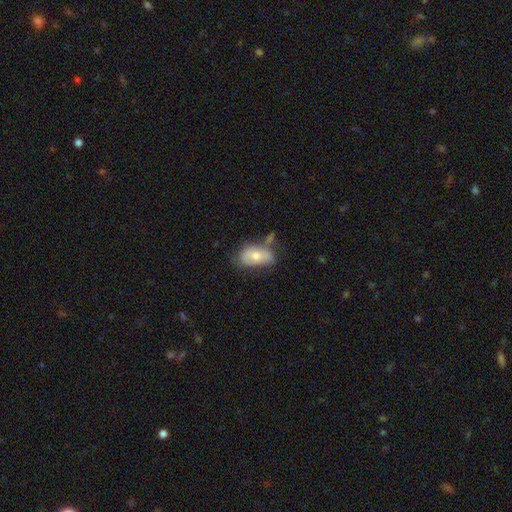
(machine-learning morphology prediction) This is likely a smooth galaxy (67%). How rounded: clearly in between (91%). Merging: marginally none (39%).